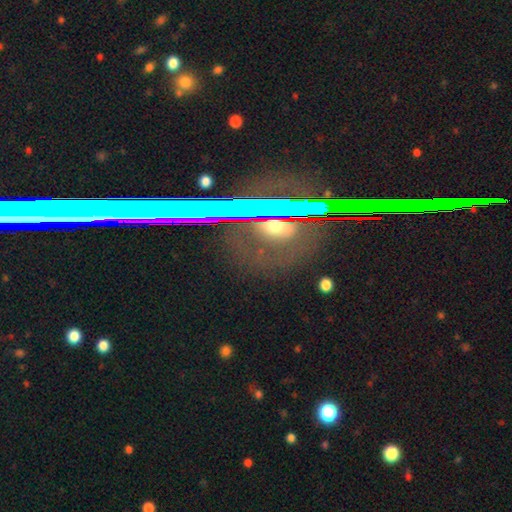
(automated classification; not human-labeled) This is likely a star or artifact rather than a galaxy (64%).